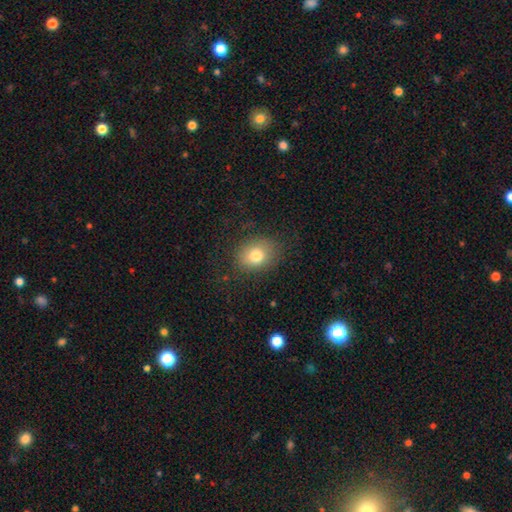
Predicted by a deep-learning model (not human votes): The model was most divided on "how rounded": round: 51%, in between: 48%, cigar-shaped: 1%. More confident: merging — none (82%); smooth or featured — smooth (78%).